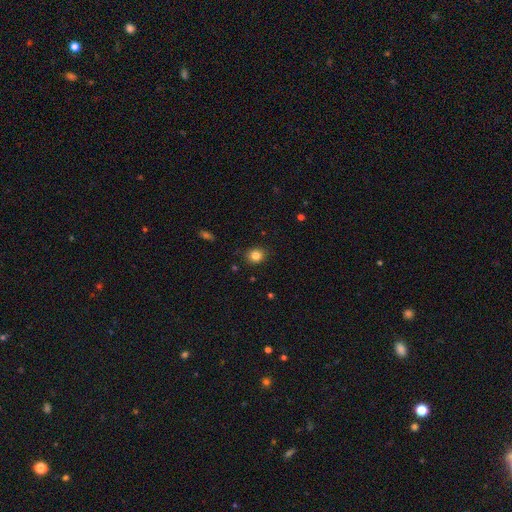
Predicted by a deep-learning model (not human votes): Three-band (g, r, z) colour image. It shows a smooth galaxy with no disk features (84%) that is round (76%). Merging: none (87%).